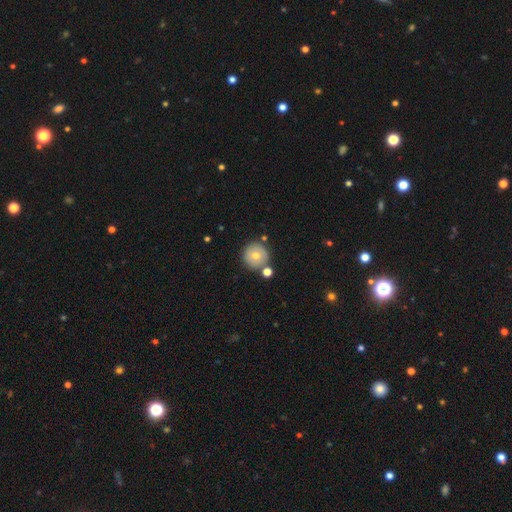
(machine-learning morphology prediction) The model was most divided on "smooth or featured": smooth: 71%, featured or disk: 19%, star or artifact: 10%. More confident: how rounded — round (95%); merging — none (77%).